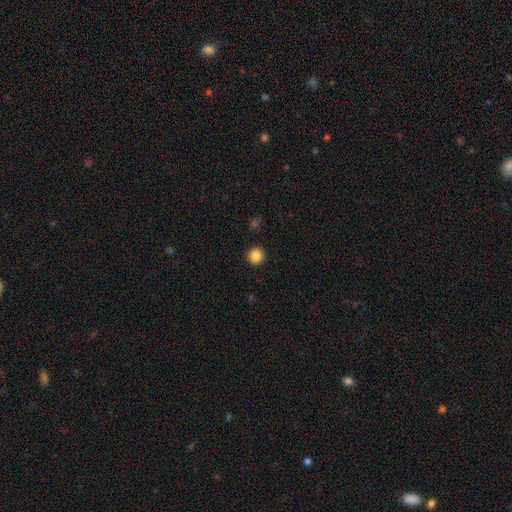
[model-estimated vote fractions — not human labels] This appears to be a smooth galaxy with no disk features (85%) that is round (95%). Merging: none (93%).